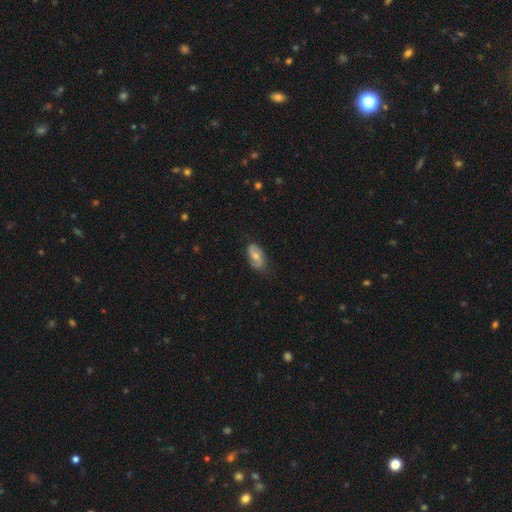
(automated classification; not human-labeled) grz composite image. It shows a featured or disk galaxy (51%). Merging: none (75%).